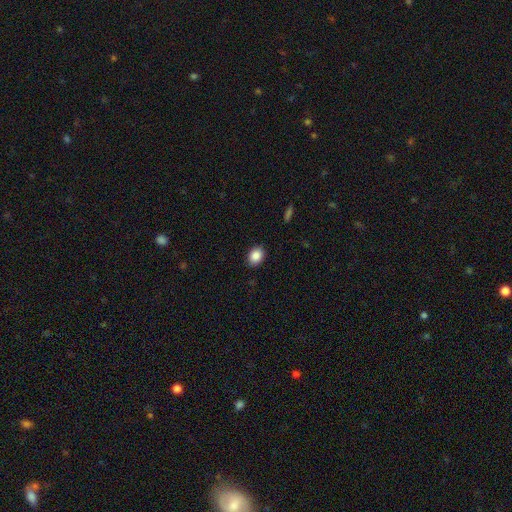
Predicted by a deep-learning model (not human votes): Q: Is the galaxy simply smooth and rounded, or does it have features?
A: smooth — 87%.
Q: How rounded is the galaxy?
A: in between — 61%.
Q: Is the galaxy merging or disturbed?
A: none — 88%.